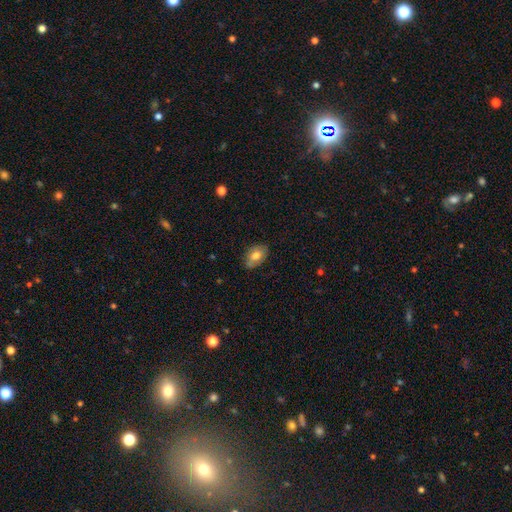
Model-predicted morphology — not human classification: Smooth or featured? Predicted: smooth (p=0.68). How rounded? Predicted: in between (p=0.85). Merging? Predicted: none (p=0.73).